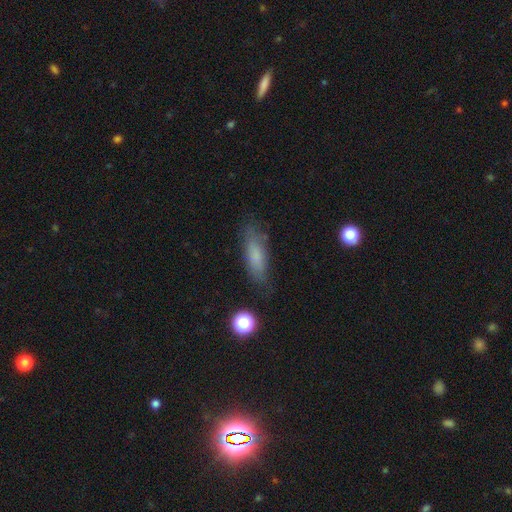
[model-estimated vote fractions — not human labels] Smooth or featured? Predicted: smooth (p=0.74). How rounded? Predicted: in between (p=0.52). Merging? Predicted: none (p=0.77).